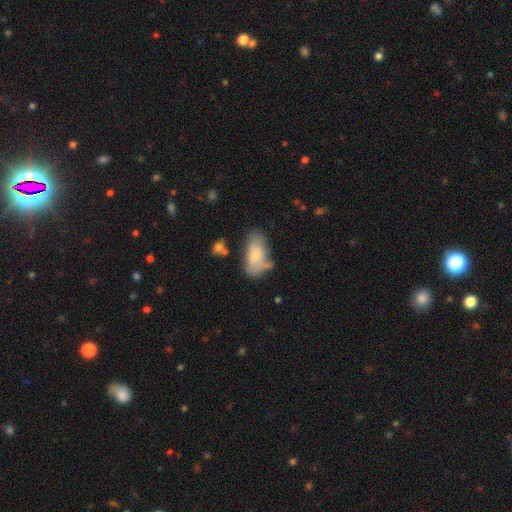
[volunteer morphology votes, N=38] A smooth galaxy with no disk features (76%) that is in between round and cigar-shaped (93%). Merging: none (44%).